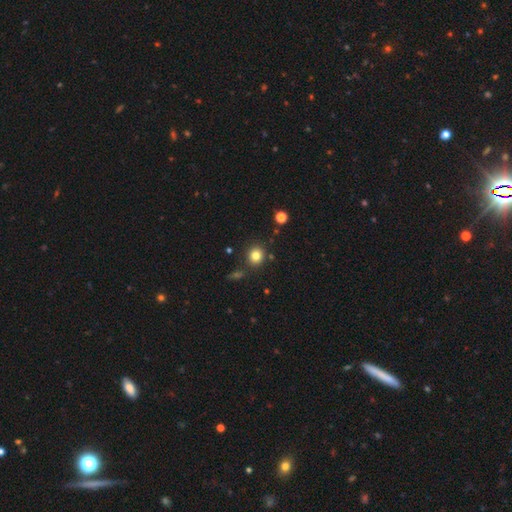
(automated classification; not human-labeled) smooth_or_featured: smooth (p=0.81) [alt: star or artifact p=0.12]
how_rounded: round (p=0.84) [alt: in between p=0.15]
merging: none (p=0.85) [alt: minor disturbance p=0.08]